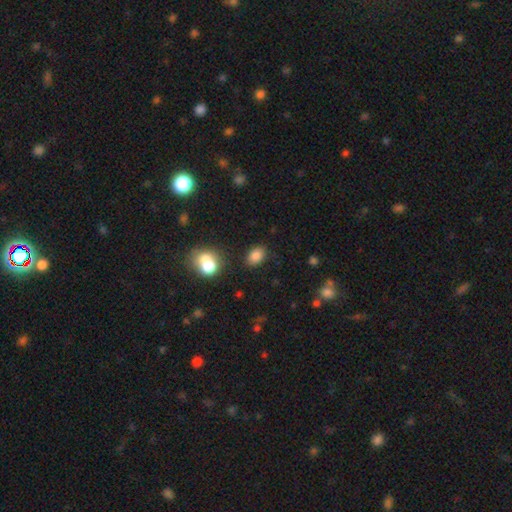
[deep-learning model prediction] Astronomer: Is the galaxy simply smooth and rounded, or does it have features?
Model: smooth — 84%.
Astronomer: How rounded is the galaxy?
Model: in between — 75%.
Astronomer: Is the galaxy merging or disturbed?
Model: none — 82%.